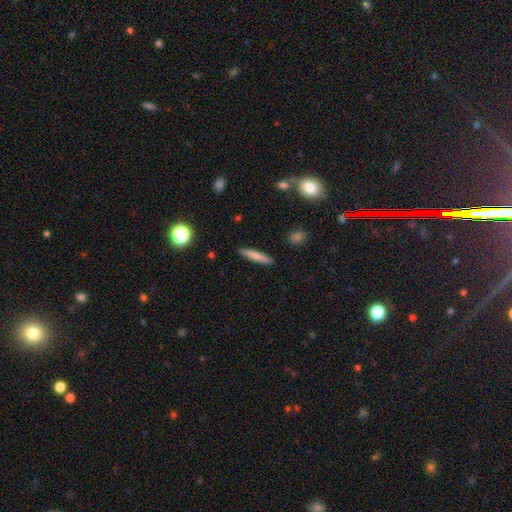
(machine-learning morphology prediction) type=smooth (75%); roundness=cigar-shaped (91%); merging=none (91%).